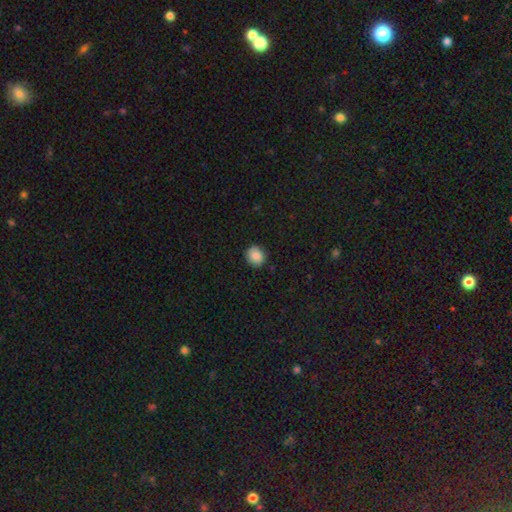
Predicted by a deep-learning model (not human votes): Morphology: type=smooth (87%); roundness=round (80%); merging=none (90%).